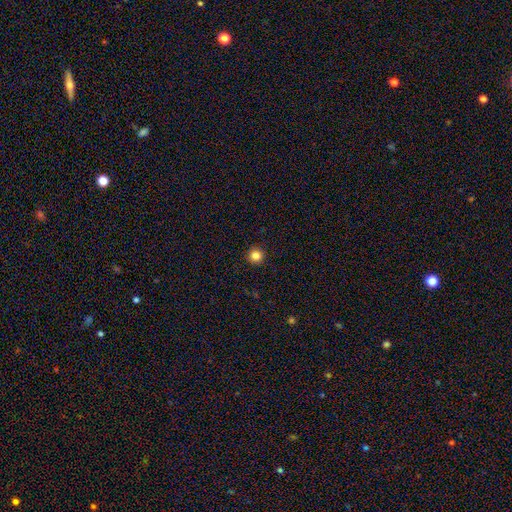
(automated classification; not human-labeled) This appears to be a smooth galaxy with no disk features (83%) that is round (96%). Merging: none (93%).